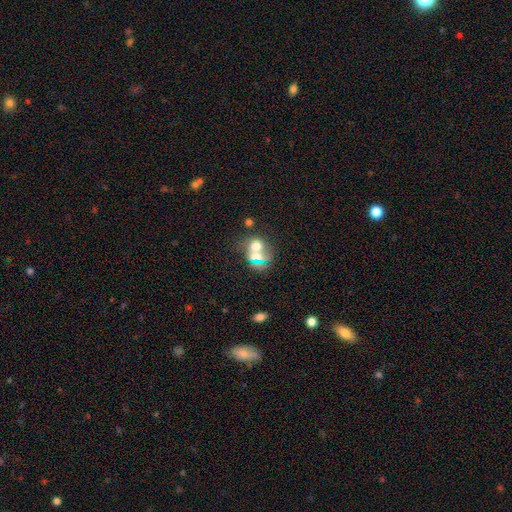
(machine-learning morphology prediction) Smooth or featured? Predicted: smooth (p=0.56). How rounded? Predicted: round (p=0.59). Merging? Predicted: merger (p=0.54).